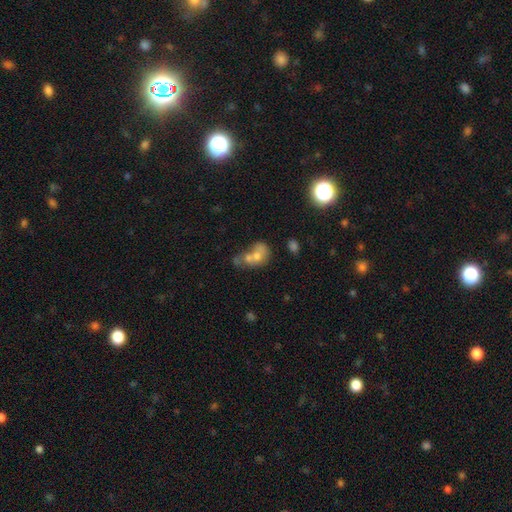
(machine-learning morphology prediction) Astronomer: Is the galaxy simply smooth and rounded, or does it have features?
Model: smooth — 62%.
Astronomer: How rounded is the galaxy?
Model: in between — 57% (runner-up: round, 41%).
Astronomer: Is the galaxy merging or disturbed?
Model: merger — 68%.